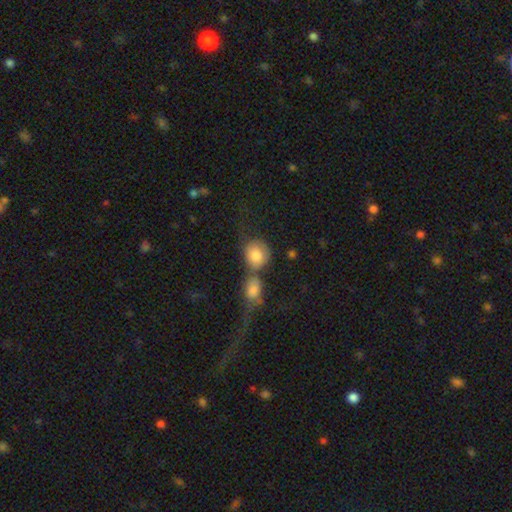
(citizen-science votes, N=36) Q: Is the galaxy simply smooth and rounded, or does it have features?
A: smooth — 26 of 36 (72%).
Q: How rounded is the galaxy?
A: round — 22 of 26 (85%).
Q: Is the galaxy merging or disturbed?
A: merger — 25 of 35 (71%).